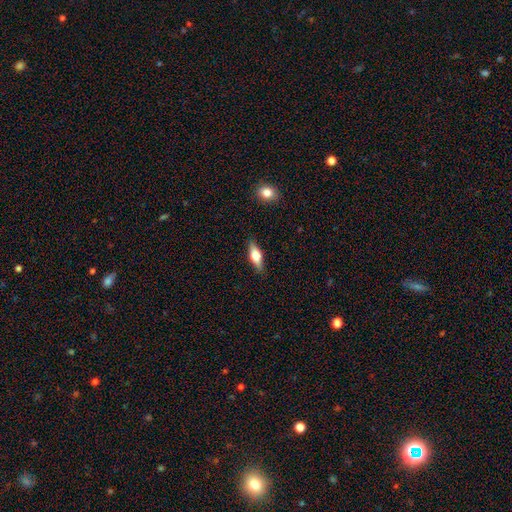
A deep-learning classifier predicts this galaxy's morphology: type=smooth (50%); merging=none (87%).